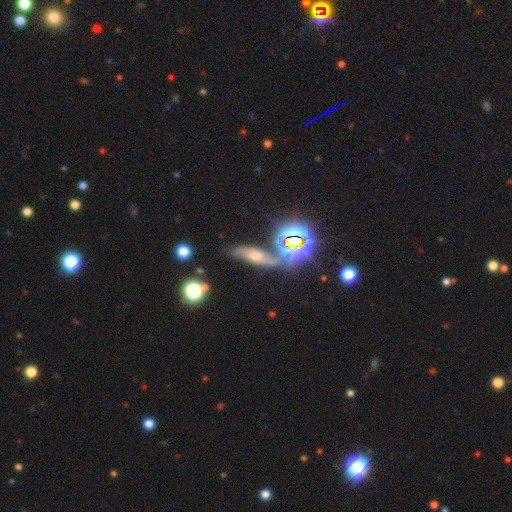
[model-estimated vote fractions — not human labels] Q: Smooth or featured?
A: featured or disk (43%); runner-up: star or artifact (30%)
Q: Merging?
A: none (60%); runner-up: minor disturbance (18%)